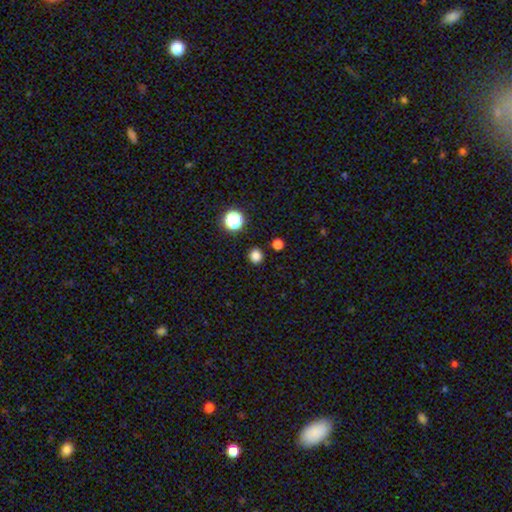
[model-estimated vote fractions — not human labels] Smooth or featured? smooth (81%)
How rounded? round (91%)
Merging? none (90%)